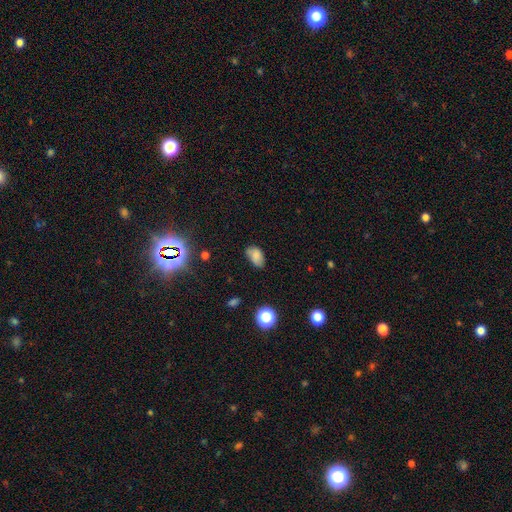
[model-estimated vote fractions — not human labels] Smooth or featured?
  - smooth: 75% *
  - star or artifact: 13%
  - featured or disk: 12%
How rounded?
  - in between: 89% *
  - round: 9%
  - cigar-shaped: 2%
Merging?
  - none: 63% *
  - minor disturbance: 28%
  - major disturbance: 6%
  - merger: 3%